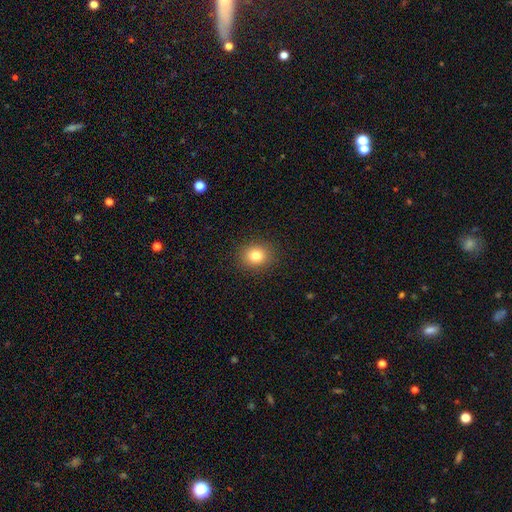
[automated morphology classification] Smooth or featured: smooth — 80% (star or artifact — 12%)
How rounded: round — 72% (in between — 27%)
Merging: none — 90% (minor disturbance — 7%)